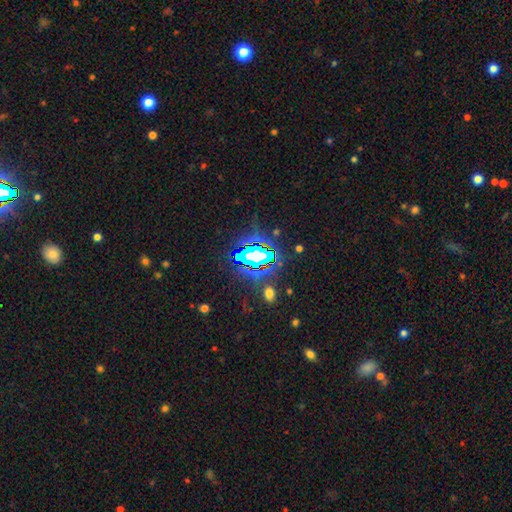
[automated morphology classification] smooth_or_featured: star or artifact (p=0.67) [alt: smooth p=0.17]